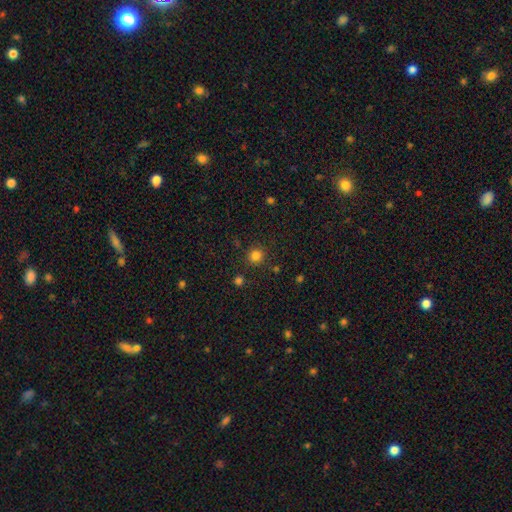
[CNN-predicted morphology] smooth 82%, star or artifact 14%, featured or disk 4%. Down the decision tree: how rounded — round (91%); merging — none (85%).